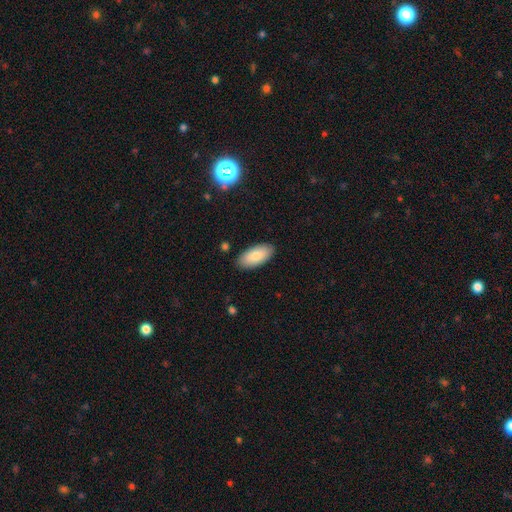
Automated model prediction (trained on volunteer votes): Morphology: type=smooth (83%); roundness=in between (93%); merging=none (88%).